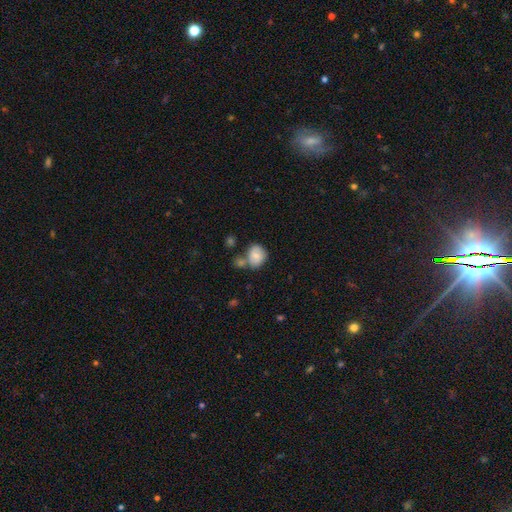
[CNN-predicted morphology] smooth_or_featured: smooth (p=0.76) [alt: featured or disk p=0.16]
how_rounded: round (p=0.61) [alt: in between p=0.38]
merging: none (p=0.46) [alt: merger p=0.29]